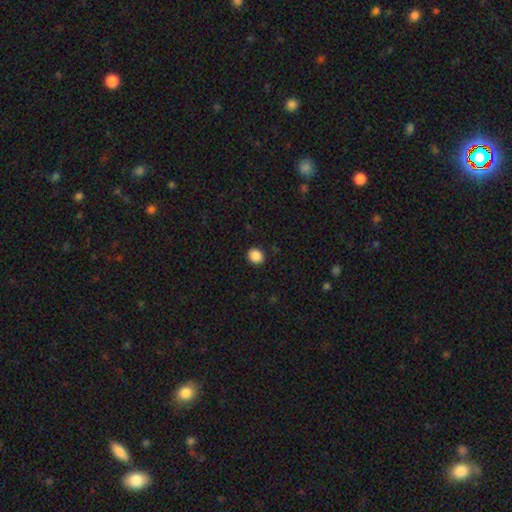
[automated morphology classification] Q: Smooth or featured?
A: smooth (88%); runner-up: star or artifact (9%)
Q: How rounded?
A: round (76%); runner-up: in between (23%)
Q: Merging?
A: none (91%); runner-up: minor disturbance (6%)